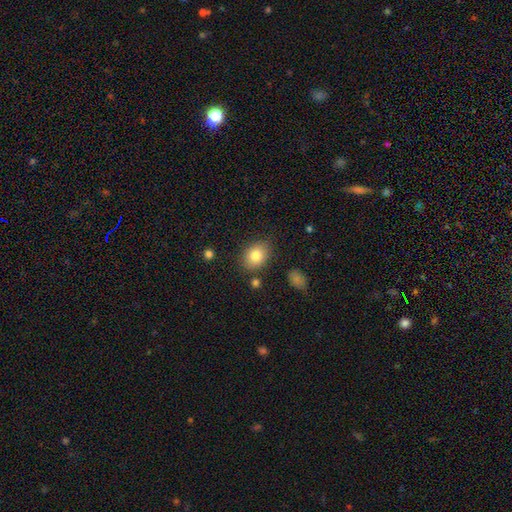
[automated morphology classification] A smooth galaxy with no disk features (81%) that is in between round and cigar-shaped (63%).

Vote fractions:
- Smooth or featured? smooth: 81% / featured or disk: 10% / star or artifact: 9%
- How rounded? in between: 63% / round: 36% / cigar-shaped: 1%
- Merging? none: 83% / minor disturbance: 11% / major disturbance: 3% / merger: 3%